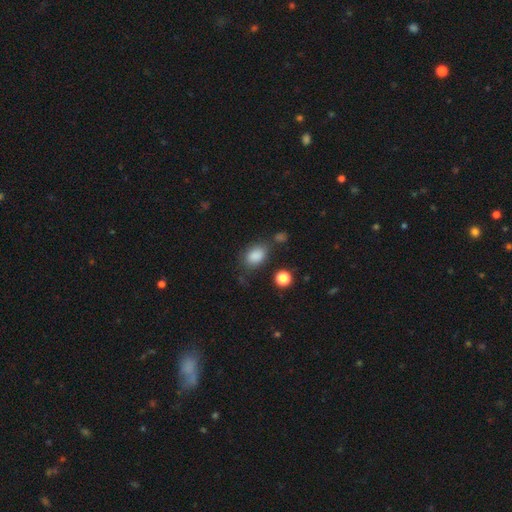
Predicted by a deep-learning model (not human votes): Q: Smooth or featured?
A: smooth (86%); runner-up: star or artifact (9%)
Q: How rounded?
A: in between (79%); runner-up: round (20%)
Q: Merging?
A: none (68%); runner-up: minor disturbance (19%)